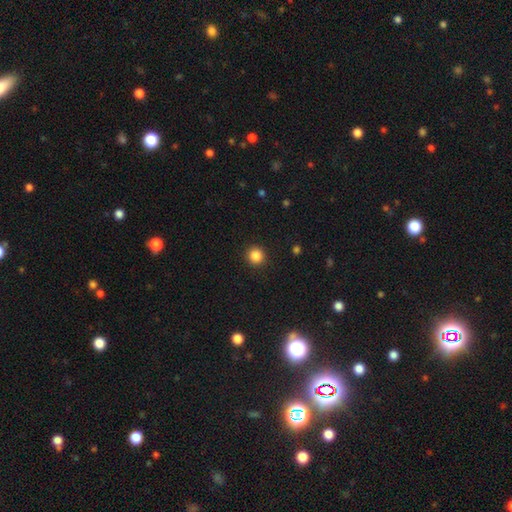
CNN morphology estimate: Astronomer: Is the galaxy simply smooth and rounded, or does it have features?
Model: smooth — 86%.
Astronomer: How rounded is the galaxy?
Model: round — 95%.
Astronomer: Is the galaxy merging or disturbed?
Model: none — 92%.